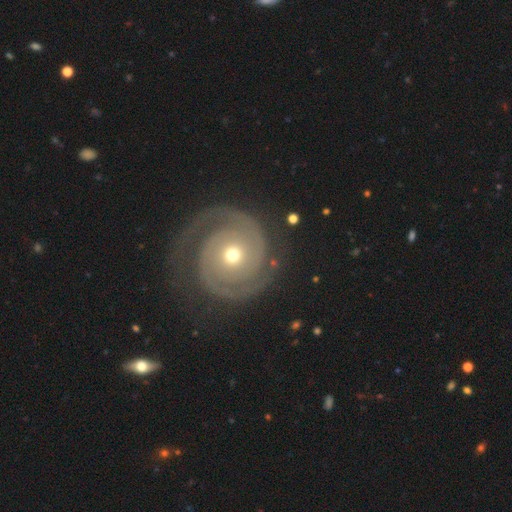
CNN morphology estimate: Smooth or featured?
  - featured or disk: 88% *
  - star or artifact: 7%
  - smooth: 5%
Edge-on disk?
  - no: 98% *
  - yes: 2%
Bar?
  - no: 71% *
  - weak: 19%
  - strong: 10%
Spiral arms?
  - yes: 98% *
  - no: 2%
Spiral winding?
  - tight: 81% *
  - medium: 16%
  - loose: 3%
Spiral arm count?
  - 2: 71% *
  - 3: 10%
  - can't tell: 7%
  - 4: 4%
  - 1: 4%
  - more than 4: 4%
Bulge size?
  - moderate: 54% *
  - small: 41%
  - large: 3%
  - dominant: 1%
  - none: 1%
Merging?
  - none: 82% *
  - minor disturbance: 11%
  - major disturbance: 6%
  - merger: 2%